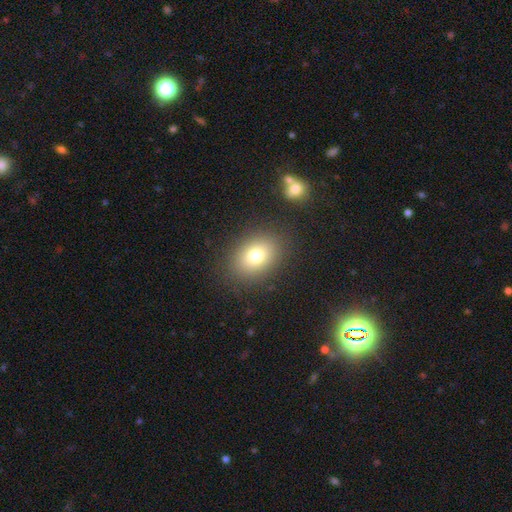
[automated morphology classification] smooth 75%, star or artifact 13%, featured or disk 12%. Down the decision tree: how rounded — in between (61%); merging — none (85%).